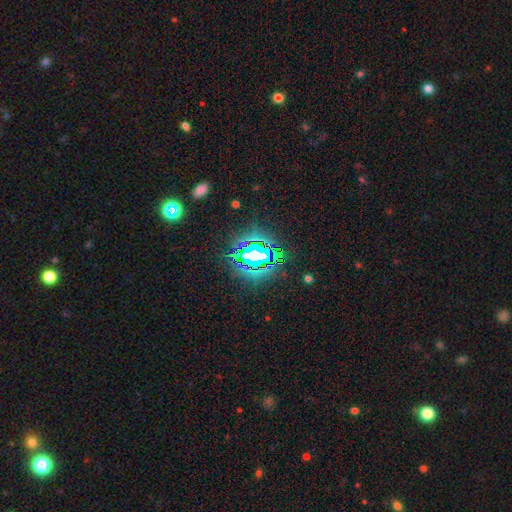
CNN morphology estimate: Q: Smooth or featured?
A: star or artifact (74%); runner-up: smooth (15%)